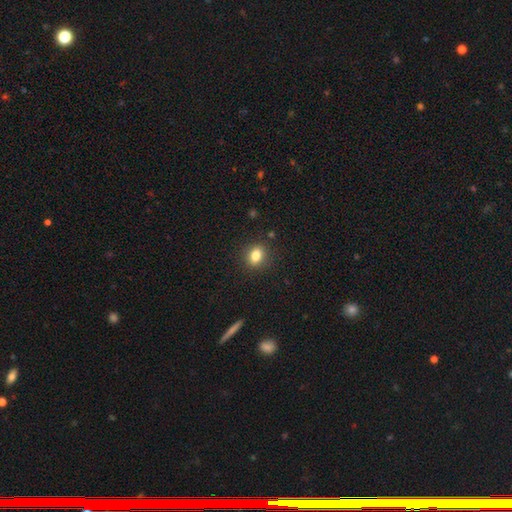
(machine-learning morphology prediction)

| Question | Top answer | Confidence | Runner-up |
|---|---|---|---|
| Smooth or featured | smooth | 81% | star or artifact (11%) |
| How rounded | in between | 58% | round (40%) |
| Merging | none | 88% | minor disturbance (8%) |